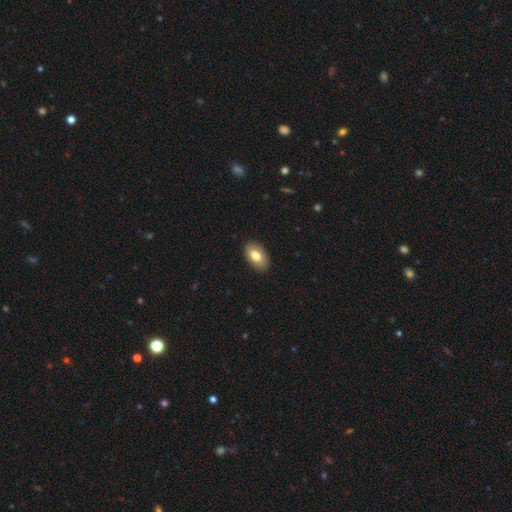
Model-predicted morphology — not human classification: Smooth or featured?
  - smooth: 78% *
  - featured or disk: 16%
  - star or artifact: 6%
How rounded?
  - in between: 94% *
  - round: 5%
  - cigar-shaped: 2%
Merging?
  - none: 89% *
  - minor disturbance: 8%
  - major disturbance: 2%
  - merger: 1%